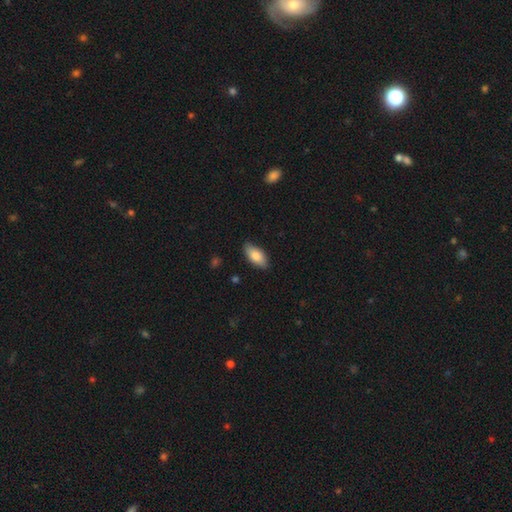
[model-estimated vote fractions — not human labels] A smooth galaxy with no disk features (82%) that is in between round and cigar-shaped (89%).

Vote fractions:
- Smooth or featured? smooth: 82% / featured or disk: 12% / star or artifact: 6%
- How rounded? in between: 89% / cigar-shaped: 9% / round: 2%
- Merging? none: 87% / minor disturbance: 10% / major disturbance: 2% / merger: 1%